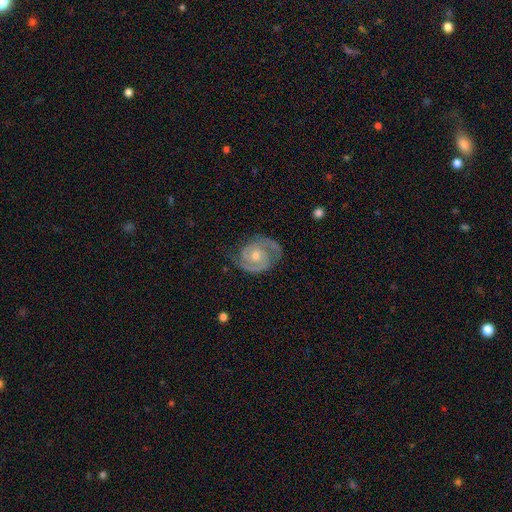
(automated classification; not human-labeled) Smooth or featured?
  - featured or disk: 89% *
  - smooth: 6%
  - star or artifact: 5%
Edge-on disk?
  - no: 98% *
  - yes: 2%
Bar?
  - no: 72% *
  - weak: 23%
  - strong: 5%
Spiral arms?
  - yes: 97% *
  - no: 3%
Spiral winding?
  - tight: 54% *
  - medium: 38%
  - loose: 8%
Spiral arm count?
  - 2: 89% *
  - can't tell: 4%
  - 3: 3%
  - 1: 2%
  - 4: 1%
  - more than 4: 1%
Bulge size?
  - moderate: 58% *
  - small: 38%
  - large: 2%
  - none: 1%
  - dominant: 1%
Merging?
  - none: 76% *
  - minor disturbance: 17%
  - major disturbance: 6%
  - merger: 1%